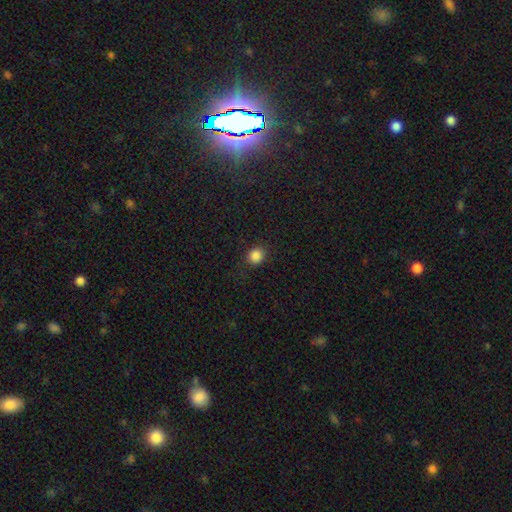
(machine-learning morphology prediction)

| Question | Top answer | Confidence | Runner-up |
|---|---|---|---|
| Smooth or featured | smooth | 85% | star or artifact (11%) |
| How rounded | round | 81% | in between (18%) |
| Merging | none | 86% | minor disturbance (9%) |